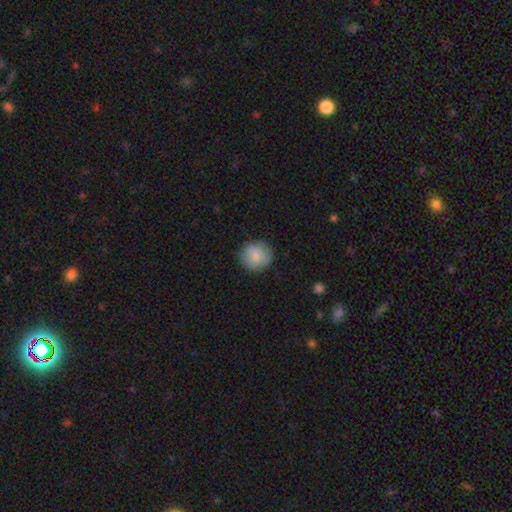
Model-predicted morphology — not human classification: This appears to be a smooth galaxy with no disk features (85%) that is round (92%). Merging: none (85%).